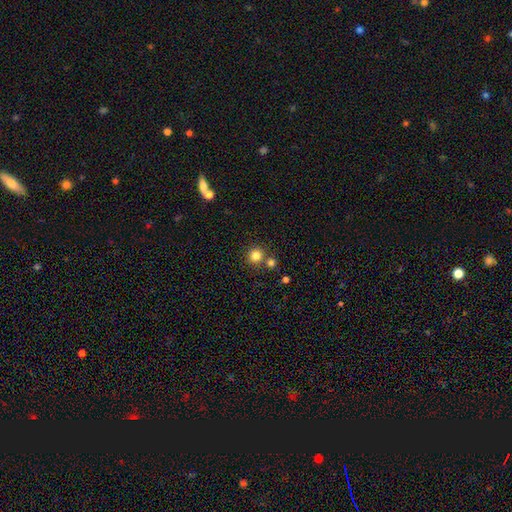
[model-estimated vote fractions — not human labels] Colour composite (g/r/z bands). It shows a smooth galaxy with no disk features (81%) that is round (93%). Merging: none (75%).